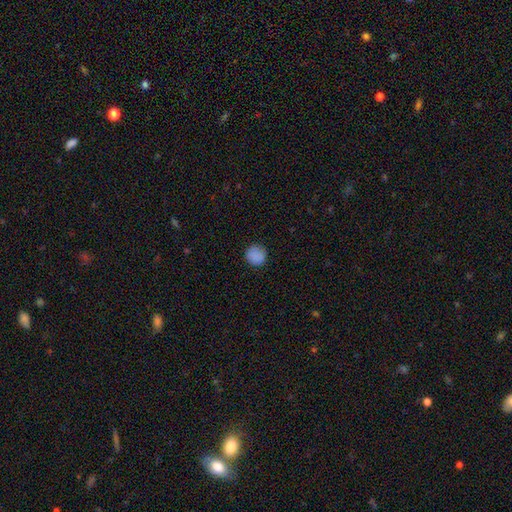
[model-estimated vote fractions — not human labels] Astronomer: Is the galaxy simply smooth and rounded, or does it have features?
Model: smooth — 86%.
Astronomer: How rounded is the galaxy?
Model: round — 93%.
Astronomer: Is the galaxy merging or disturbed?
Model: none — 87%.